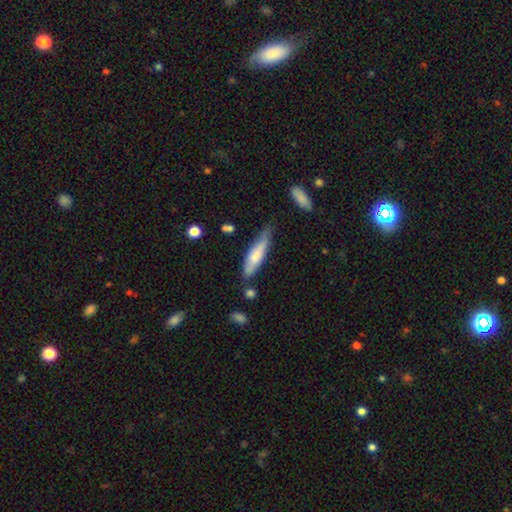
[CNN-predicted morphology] type=smooth (63%); roundness=cigar-shaped (67%); merging=none (54%).